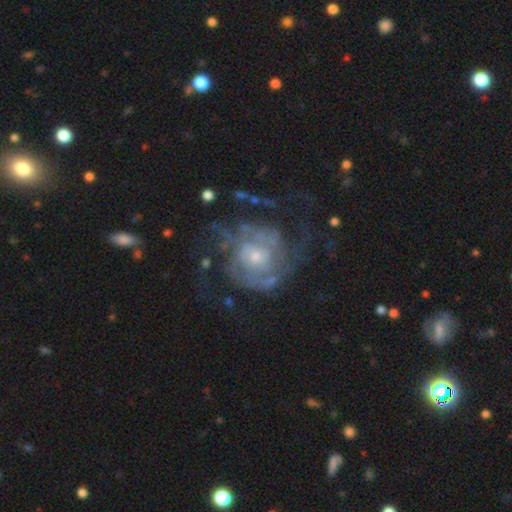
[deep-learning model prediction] Smooth or featured? Predicted: featured or disk (p=0.81). Edge-on disk? Predicted: no (p=0.97). Bar? Predicted: no (p=0.76). Spiral arms? Predicted: yes (p=0.84). Spiral winding? Predicted: tight (p=0.46). Spiral arm count? Predicted: can't tell (p=0.38). Bulge size? Predicted: small (p=0.54). Merging? Predicted: none (p=0.54).